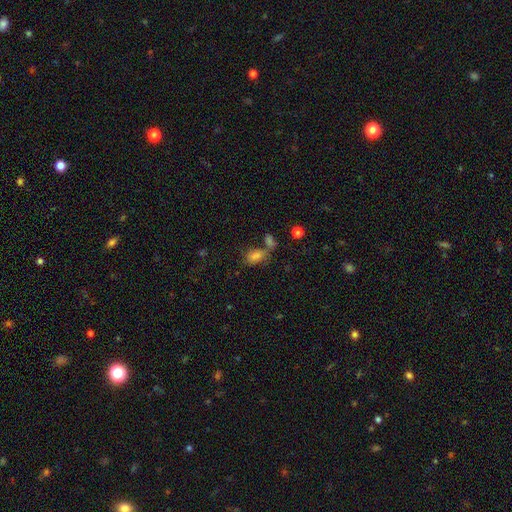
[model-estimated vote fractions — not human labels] smooth 72%, star or artifact 18%, featured or disk 10%. Down the decision tree: how rounded — in between (84%); merging — none (51%).